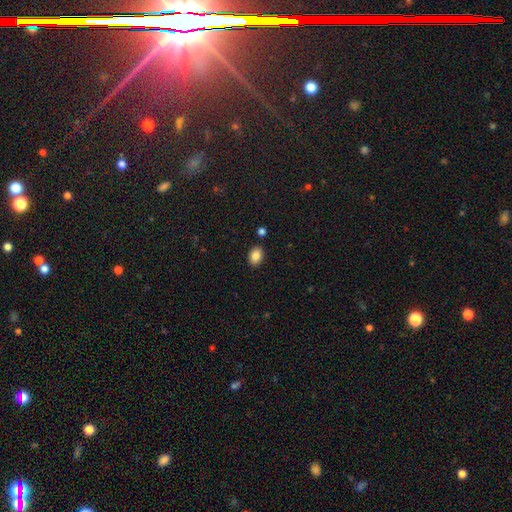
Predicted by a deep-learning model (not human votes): The model was most divided on "how rounded": in between: 79%, round: 20%, cigar-shaped: 1%. More confident: merging — none (87%); smooth or featured — smooth (86%).